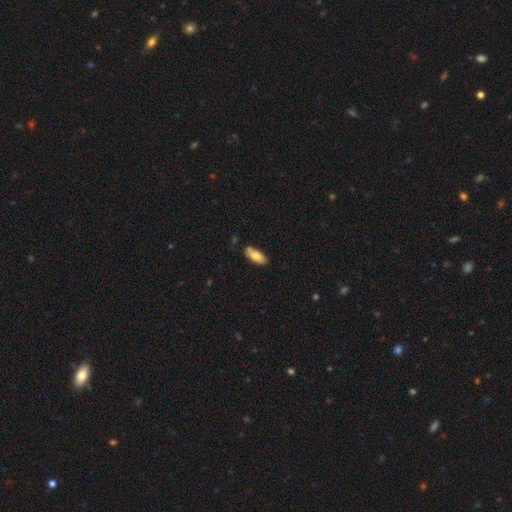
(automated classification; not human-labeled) Smooth or featured? smooth (76%)
How rounded? in between (82%)
Merging? none (79%)